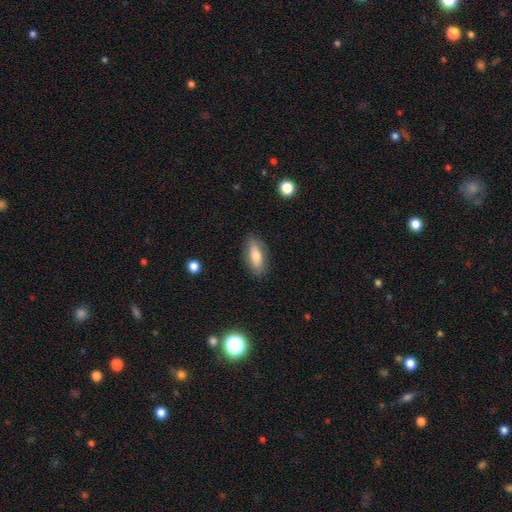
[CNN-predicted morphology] Q: Smooth or featured?
A: smooth (70%); runner-up: featured or disk (23%)
Q: How rounded?
A: in between (80%); runner-up: cigar-shaped (16%)
Q: Merging?
A: none (84%); runner-up: minor disturbance (12%)